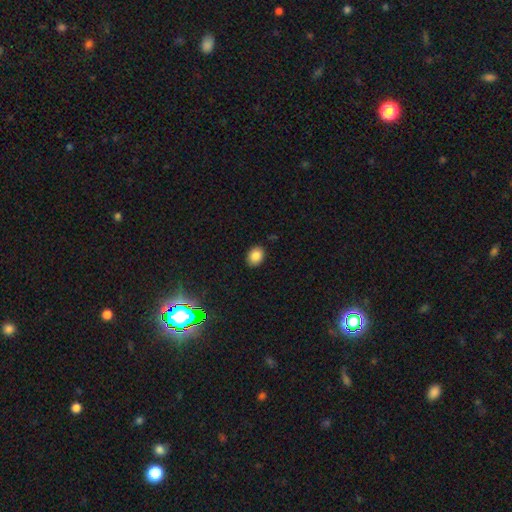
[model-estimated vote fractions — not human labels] This is clearly a smooth galaxy (85%). How rounded: possibly in between (59%). Merging: clearly none (88%).